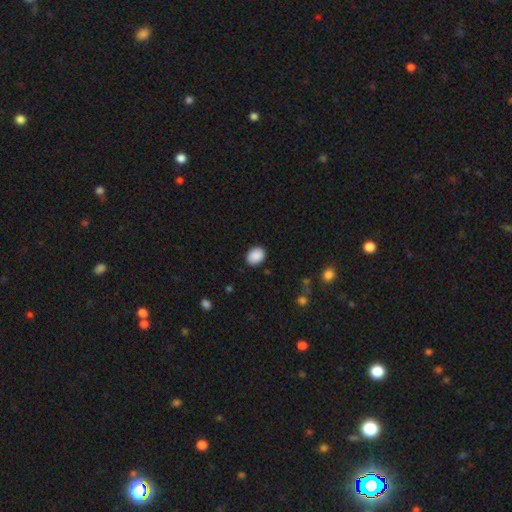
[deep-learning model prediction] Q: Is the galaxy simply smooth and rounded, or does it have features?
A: smooth — 89%.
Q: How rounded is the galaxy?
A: in between — 53%.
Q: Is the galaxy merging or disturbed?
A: none — 87%.